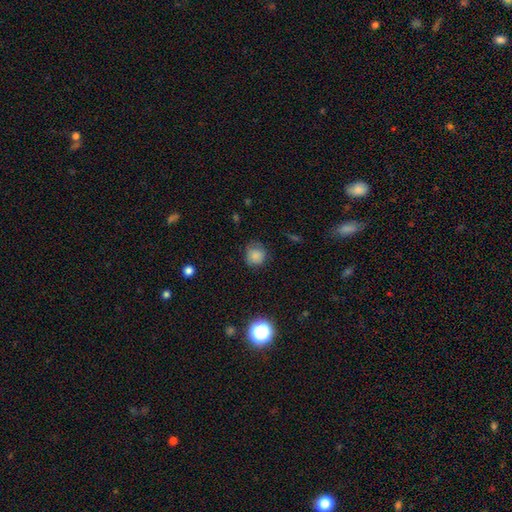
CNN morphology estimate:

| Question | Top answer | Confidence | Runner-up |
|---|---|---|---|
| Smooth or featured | smooth | 82% | star or artifact (12%) |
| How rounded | round | 87% | in between (12%) |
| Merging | none | 72% | minor disturbance (21%) |